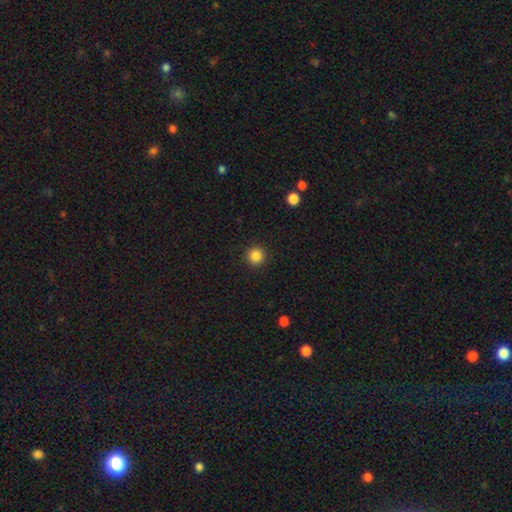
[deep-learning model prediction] smooth 85%, star or artifact 11%, featured or disk 4%. Down the decision tree: how rounded — round (95%); merging — none (92%).